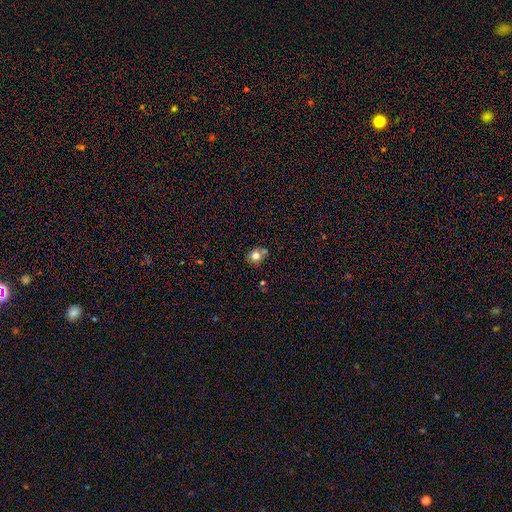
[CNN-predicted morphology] smooth-or-featured: smooth: 79% | star or artifact: 13% | featured or disk: 8%
  how-rounded: round: 84% | in between: 16% | cigar-shaped: 1%
  merging: none: 70% | minor disturbance: 16% | merger: 10% | major disturbance: 4%